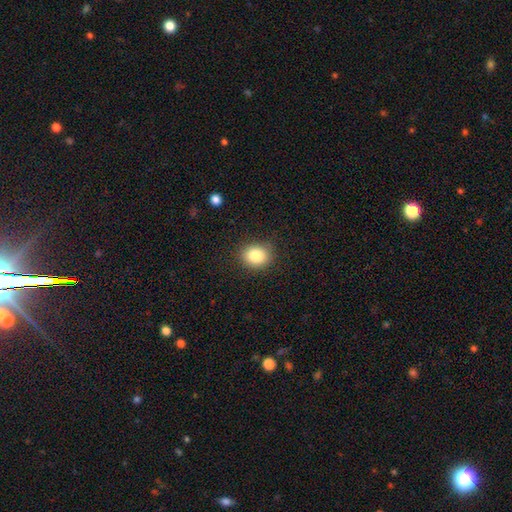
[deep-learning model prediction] The model was most divided on "how rounded": round: 62%, in between: 37%, cigar-shaped: 1%. More confident: merging — none (86%); smooth or featured — smooth (84%).